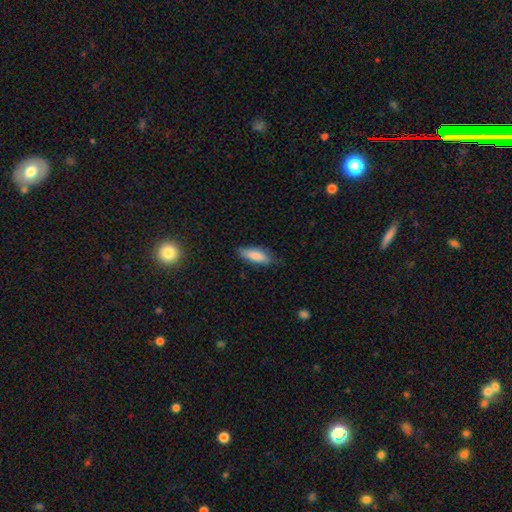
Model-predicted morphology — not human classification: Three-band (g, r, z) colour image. It shows a smooth galaxy with no disk features (84%) that is in between round and cigar-shaped (63%). Merging: none (75%).